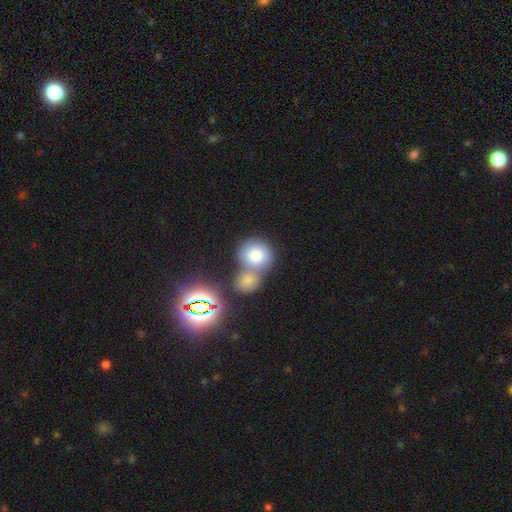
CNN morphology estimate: smooth_or_featured: smooth (p=0.77) [alt: star or artifact p=0.12]
how_rounded: round (p=0.83) [alt: in between p=0.16]
merging: merger (p=0.49) [alt: none p=0.39]